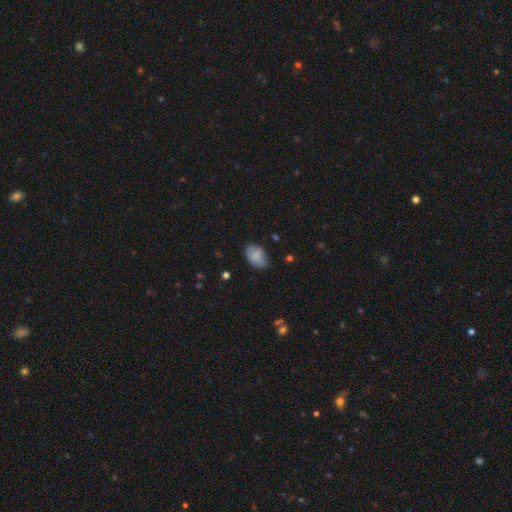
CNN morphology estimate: smooth-or-featured: smooth: 81% | featured or disk: 11% | star or artifact: 8%
  how-rounded: in between: 85% | round: 14% | cigar-shaped: 1%
  merging: none: 57% | minor disturbance: 34% | major disturbance: 7% | merger: 2%